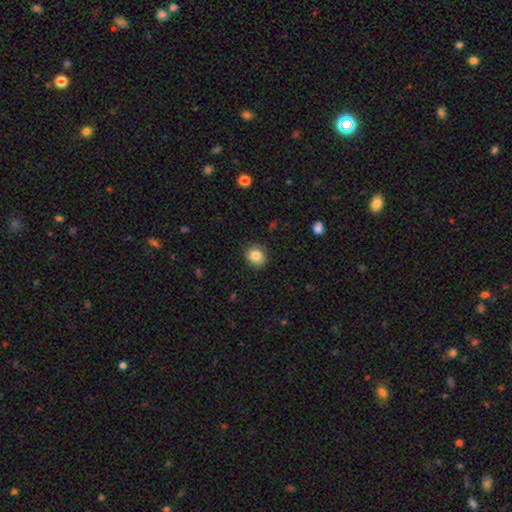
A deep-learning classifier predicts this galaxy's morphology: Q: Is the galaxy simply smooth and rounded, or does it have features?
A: smooth — 84%.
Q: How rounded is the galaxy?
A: round — 79%.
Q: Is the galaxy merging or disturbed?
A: none — 89%.